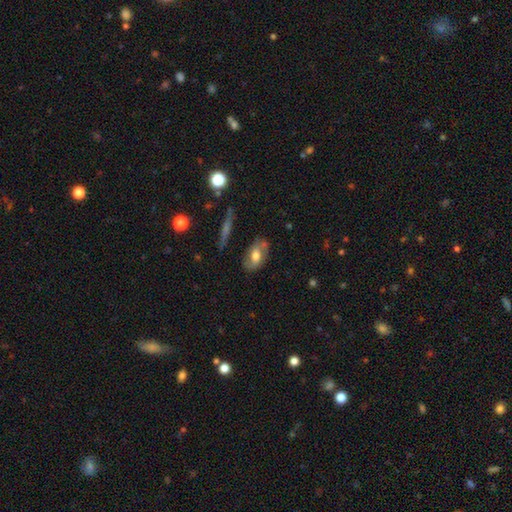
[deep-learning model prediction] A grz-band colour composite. It shows a smooth galaxy with no disk features (47%). Merging: none (72%).